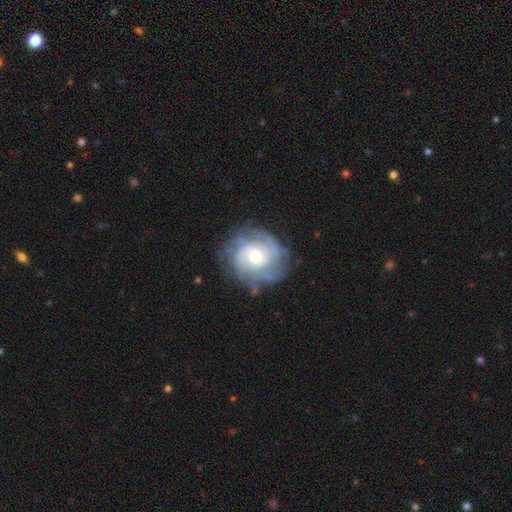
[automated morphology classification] Q: Smooth or featured?
A: featured or disk (81%); runner-up: smooth (13%)
Q: Edge-on disk?
A: no (98%); runner-up: yes (2%)
Q: Bar?
A: no (73%); runner-up: weak (23%)
Q: Spiral arms?
A: yes (91%); runner-up: no (9%)
Q: Spiral winding?
A: tight (65%); runner-up: medium (27%)
Q: Spiral arm count?
A: can't tell (41%); runner-up: 2 (19%)
Q: Bulge size?
A: moderate (61%); runner-up: small (28%)
Q: Merging?
A: none (72%); runner-up: minor disturbance (18%)